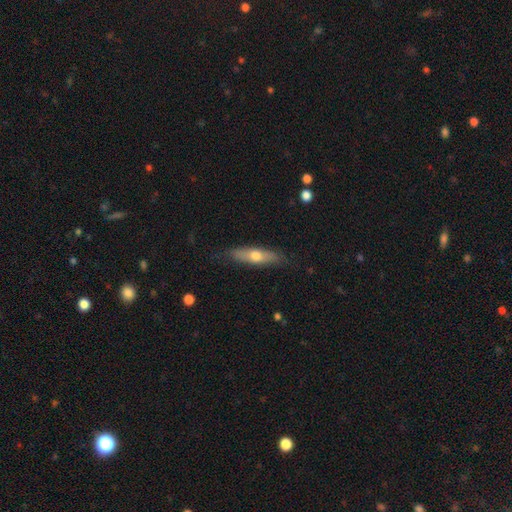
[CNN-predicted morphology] Smooth or featured? Predicted: smooth (p=0.54). How rounded? Predicted: cigar-shaped (p=0.63). Merging? Predicted: none (p=0.81).